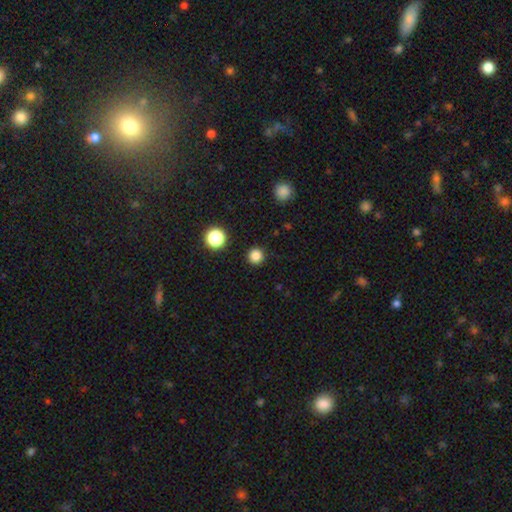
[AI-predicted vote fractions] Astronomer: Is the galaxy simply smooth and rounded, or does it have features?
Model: smooth — 84%.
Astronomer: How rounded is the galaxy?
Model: round — 96%.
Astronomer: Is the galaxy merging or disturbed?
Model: none — 92%.